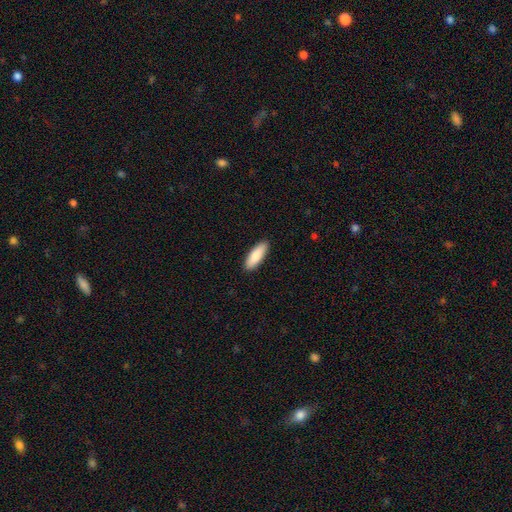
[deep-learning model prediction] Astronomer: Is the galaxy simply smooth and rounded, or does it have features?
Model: smooth — 85%.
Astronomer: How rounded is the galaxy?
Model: in between — 58% (runner-up: cigar-shaped, 40%).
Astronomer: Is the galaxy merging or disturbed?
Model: none — 90%.